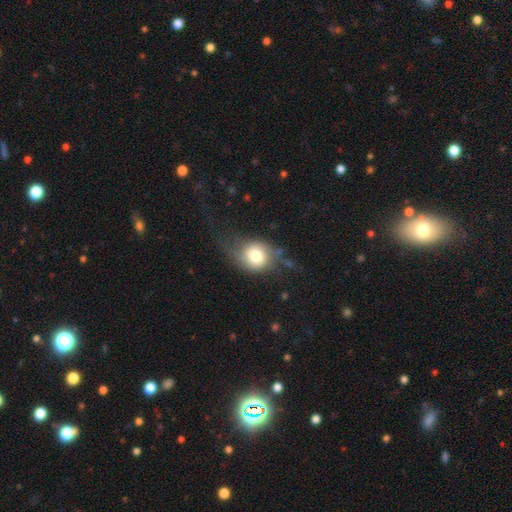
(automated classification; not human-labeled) Smooth or featured?
  - smooth: 68% *
  - featured or disk: 23%
  - star or artifact: 9%
How rounded?
  - round: 64% *
  - in between: 35%
  - cigar-shaped: 1%
Merging?
  - none: 42% *
  - minor disturbance: 30%
  - major disturbance: 25%
  - merger: 3%